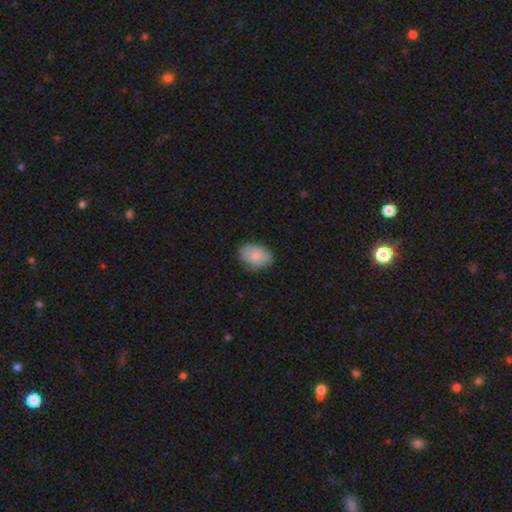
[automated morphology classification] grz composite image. It shows a smooth galaxy with no disk features (82%) that is in between round and cigar-shaped (82%). Merging: none (77%).